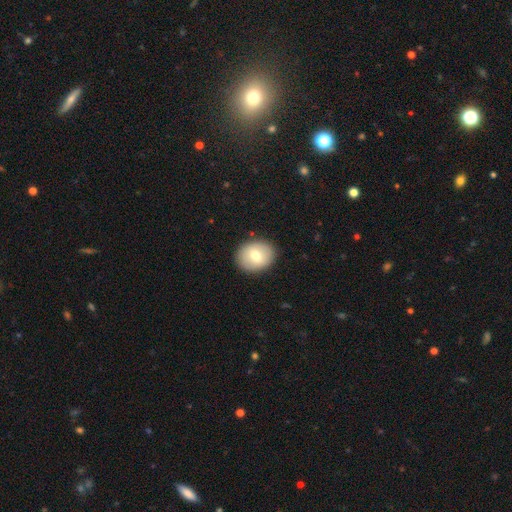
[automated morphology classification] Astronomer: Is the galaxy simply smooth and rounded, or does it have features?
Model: smooth — 68%.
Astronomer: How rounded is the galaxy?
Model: round — 58% (runner-up: in between, 41%).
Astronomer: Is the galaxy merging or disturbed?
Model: none — 89%.